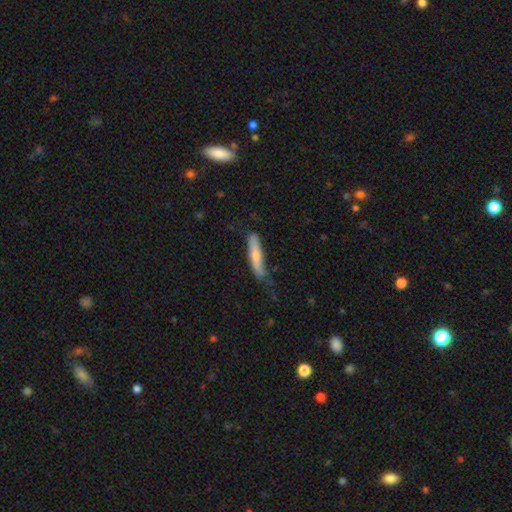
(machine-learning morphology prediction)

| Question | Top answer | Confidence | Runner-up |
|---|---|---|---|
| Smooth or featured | smooth | 67% | featured or disk (28%) |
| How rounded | cigar-shaped | 84% | in between (15%) |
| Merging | none | 54% | minor disturbance (34%) |